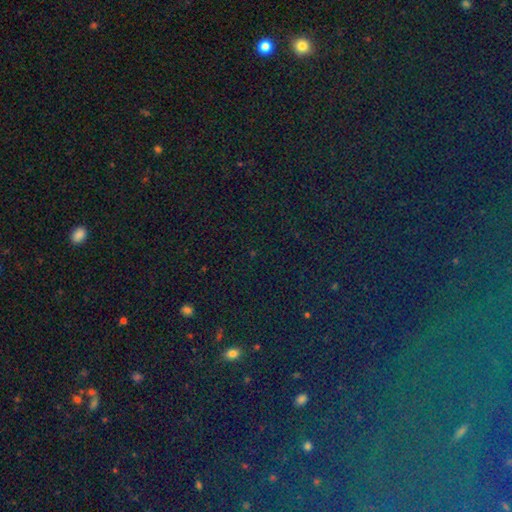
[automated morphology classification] star or artifact 81%, smooth 12%, featured or disk 8%.